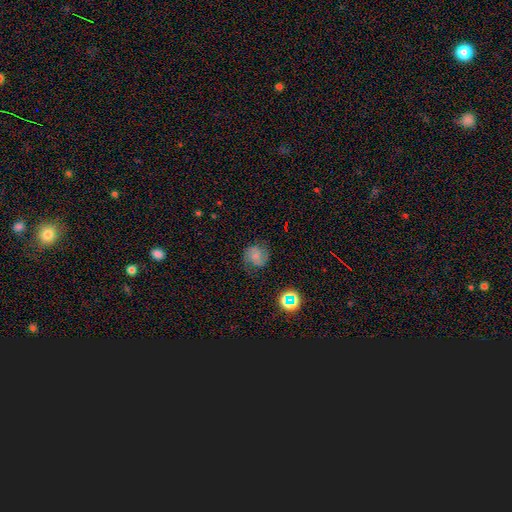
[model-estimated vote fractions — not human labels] The model was most divided on "smooth or featured": featured or disk: 53%, smooth: 34%, star or artifact: 13%. Remaining: edge-on disk — no (98%); spiral arms — yes (92%); merging — none (72%); bar — no (67%); bulge size — small (49%).